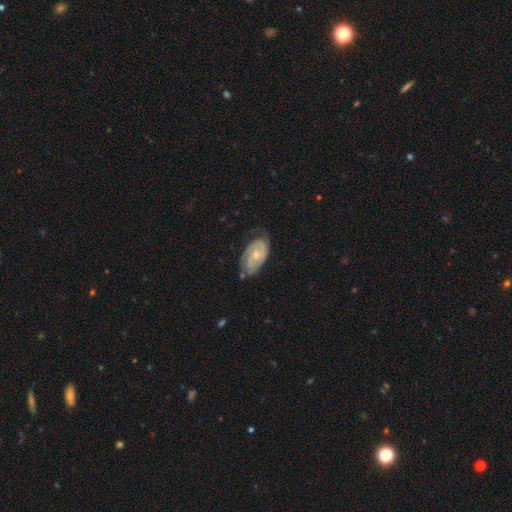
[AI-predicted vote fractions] Smooth or featured? Predicted: featured or disk (p=0.75). Edge-on disk? Predicted: no (p=0.96). Bar? Predicted: no (p=0.66). Spiral arms? Predicted: yes (p=0.92). Spiral winding? Predicted: tight (p=0.59). Spiral arm count? Predicted: 2 (p=0.63). Bulge size? Predicted: small (p=0.52). Merging? Predicted: none (p=0.60).